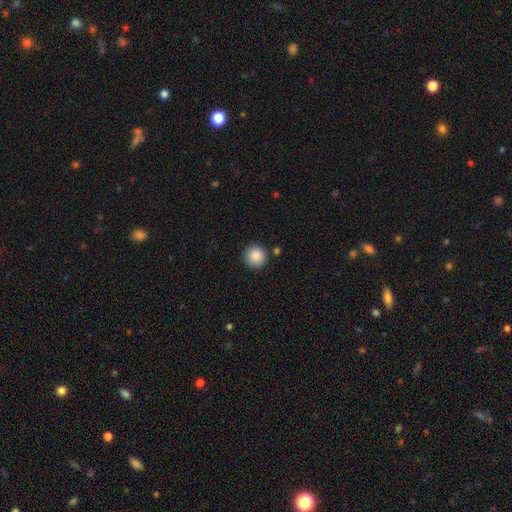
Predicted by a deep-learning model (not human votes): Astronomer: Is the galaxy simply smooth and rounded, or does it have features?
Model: smooth — 89%.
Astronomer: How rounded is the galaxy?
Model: round — 96%.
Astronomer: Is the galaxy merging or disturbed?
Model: none — 89%.